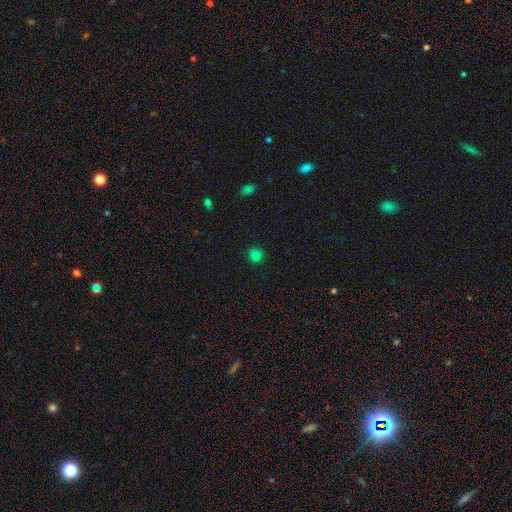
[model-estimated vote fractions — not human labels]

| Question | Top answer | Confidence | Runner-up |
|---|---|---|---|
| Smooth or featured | smooth | 78% | star or artifact (17%) |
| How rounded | round | 85% | in between (14%) |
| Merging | none | 83% | minor disturbance (13%) |